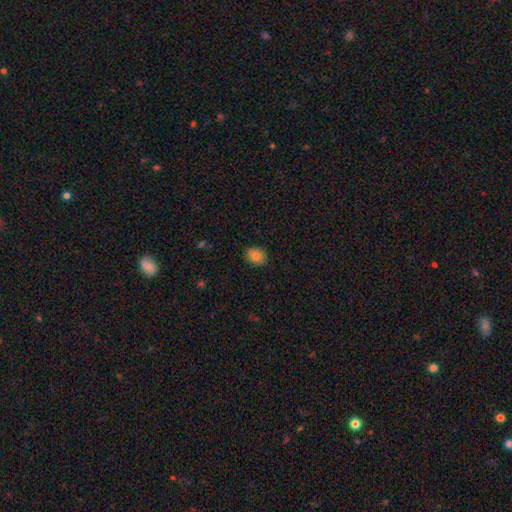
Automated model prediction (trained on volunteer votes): Morphology: type=smooth (82%); roundness=round (62%); merging=none (87%).